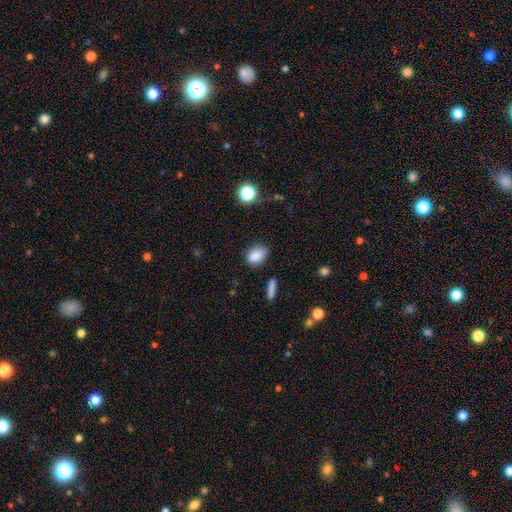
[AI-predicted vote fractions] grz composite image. It shows a smooth galaxy with no disk features (85%) that is in between round and cigar-shaped (75%). Merging: none (78%).